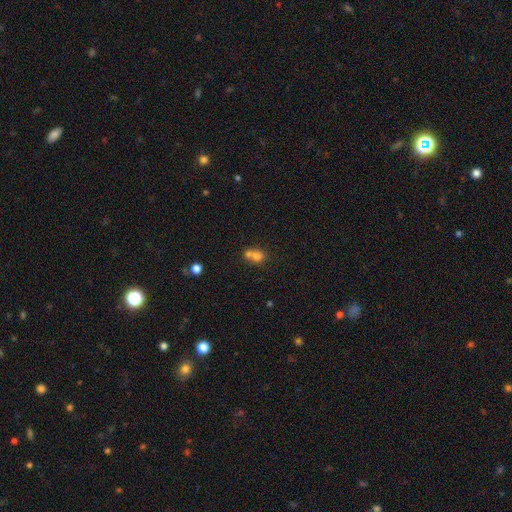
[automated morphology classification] Smooth or featured: smooth — 72% (featured or disk — 16%)
How rounded: round — 61% (in between — 37%)
Merging: merger — 61% (none — 28%)